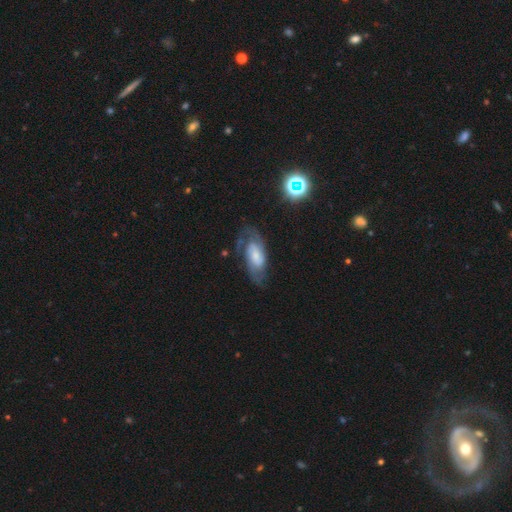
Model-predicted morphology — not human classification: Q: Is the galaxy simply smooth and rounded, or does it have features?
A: featured or disk — 75%.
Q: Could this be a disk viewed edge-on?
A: no — 94%.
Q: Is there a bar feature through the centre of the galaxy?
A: no — 53%.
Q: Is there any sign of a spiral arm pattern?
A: yes — 93%.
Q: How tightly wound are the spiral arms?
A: medium — 45%.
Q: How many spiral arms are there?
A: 2 — 65%.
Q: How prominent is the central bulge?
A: small — 33%.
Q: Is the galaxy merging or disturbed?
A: none — 63%.